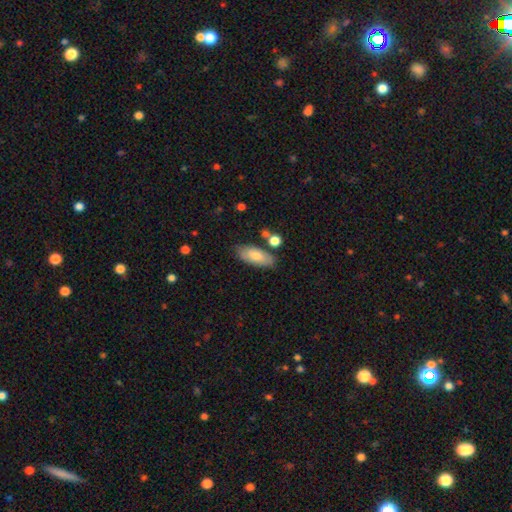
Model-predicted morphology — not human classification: A smooth galaxy with no disk features (78%) that is in between round and cigar-shaped (84%).

Vote fractions:
- Smooth or featured? smooth: 78% / featured or disk: 16% / star or artifact: 6%
- How rounded? in between: 84% / cigar-shaped: 13% / round: 3%
- Merging? none: 73% / minor disturbance: 16% / merger: 8% / major disturbance: 4%